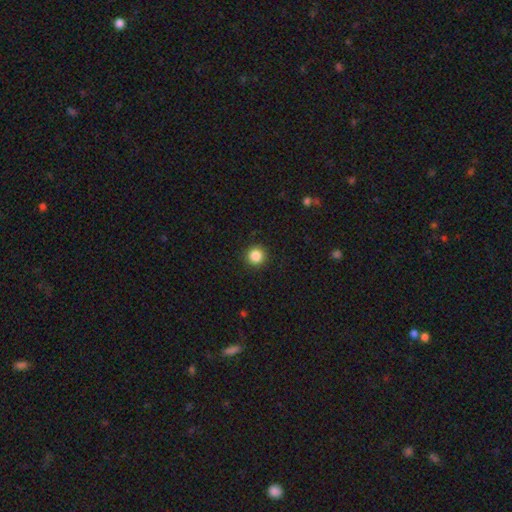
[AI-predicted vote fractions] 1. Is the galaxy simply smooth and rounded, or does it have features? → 86% smooth, 11% star or artifact, 3% featured or disk.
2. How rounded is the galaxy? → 96% round, 3% in between, 1% cigar-shaped.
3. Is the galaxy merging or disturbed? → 92% none, 5% minor disturbance, 2% major disturbance, 1% merger.